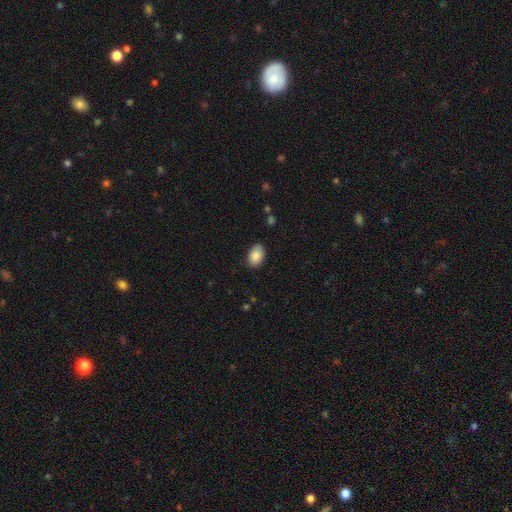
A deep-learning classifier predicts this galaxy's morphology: A smooth galaxy with no disk features (85%) that is in between round and cigar-shaped (89%). Merging: none (86%).